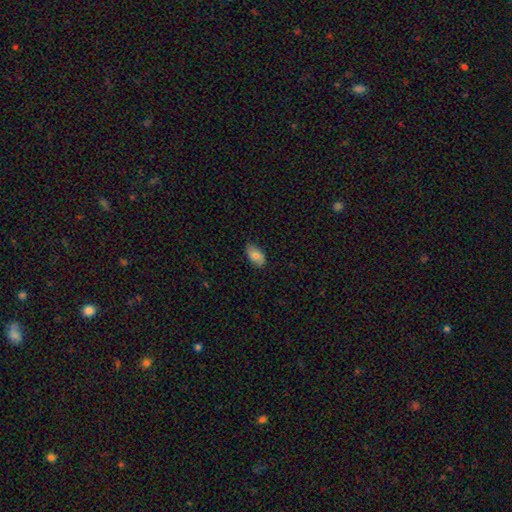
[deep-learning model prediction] Q: Smooth or featured?
A: smooth (77%); runner-up: featured or disk (16%)
Q: How rounded?
A: in between (94%); runner-up: round (4%)
Q: Merging?
A: none (81%); runner-up: minor disturbance (15%)